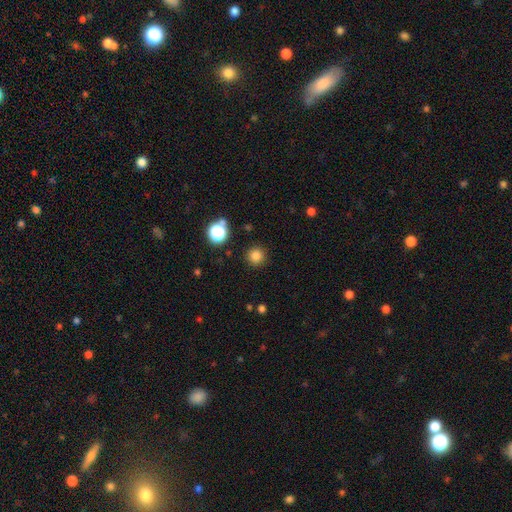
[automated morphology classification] smooth 81%, star or artifact 15%, featured or disk 4%. Down the decision tree: how rounded — round (95%); merging — none (91%).